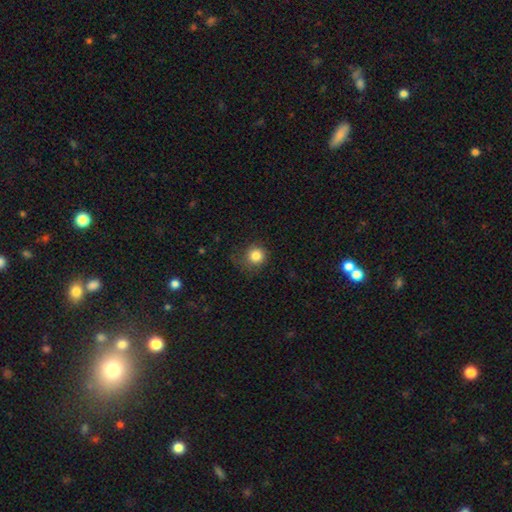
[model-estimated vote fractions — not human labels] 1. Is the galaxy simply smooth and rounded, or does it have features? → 83% smooth, 11% star or artifact, 6% featured or disk.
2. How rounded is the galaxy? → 92% round, 7% in between, 1% cigar-shaped.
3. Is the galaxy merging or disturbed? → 70% none, 20% minor disturbance, 9% major disturbance, 1% merger.